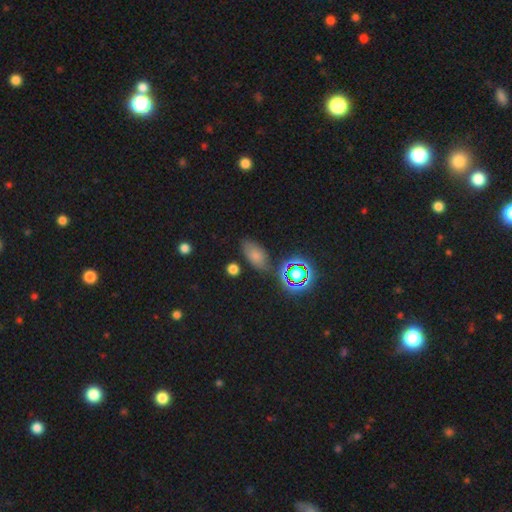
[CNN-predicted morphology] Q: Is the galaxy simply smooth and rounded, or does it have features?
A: smooth — 68%.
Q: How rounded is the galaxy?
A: in between — 88%.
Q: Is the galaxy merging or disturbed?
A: none — 74%.